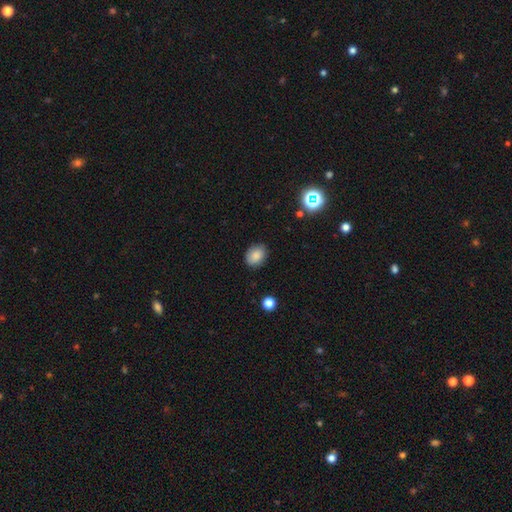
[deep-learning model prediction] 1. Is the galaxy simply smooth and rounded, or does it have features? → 85% smooth, 9% star or artifact, 6% featured or disk.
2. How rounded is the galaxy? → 61% in between, 39% round, 1% cigar-shaped.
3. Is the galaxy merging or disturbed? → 85% none, 11% minor disturbance, 2% major disturbance, 1% merger.